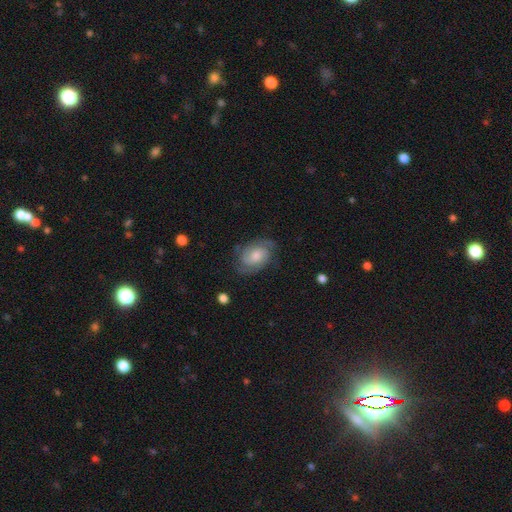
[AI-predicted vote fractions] smooth_or_featured: featured or disk (p=0.74) [alt: smooth p=0.19]
disk_edge_on: no (p=0.97) [alt: yes p=0.03]
bar: no (p=0.64) [alt: weak p=0.31]
has_spiral_arms: yes (p=0.94) [alt: no p=0.06]
spiral_winding: tight (p=0.52) [alt: medium p=0.38]
spiral_arm_count: 2 (p=0.76) [alt: can't tell p=0.11]
bulge_size: moderate (p=0.48) [alt: small p=0.27]
merging: none (p=0.75) [alt: minor disturbance p=0.17]